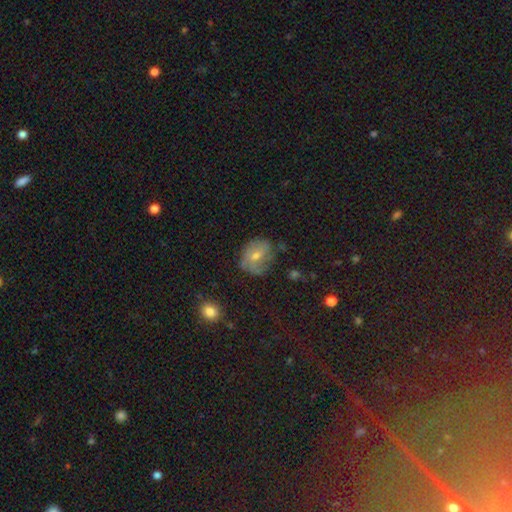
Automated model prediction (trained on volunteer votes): The model was most divided on "smooth or featured": smooth: 45%, featured or disk: 40%, star or artifact: 16%. More confident: merging — none (61%).